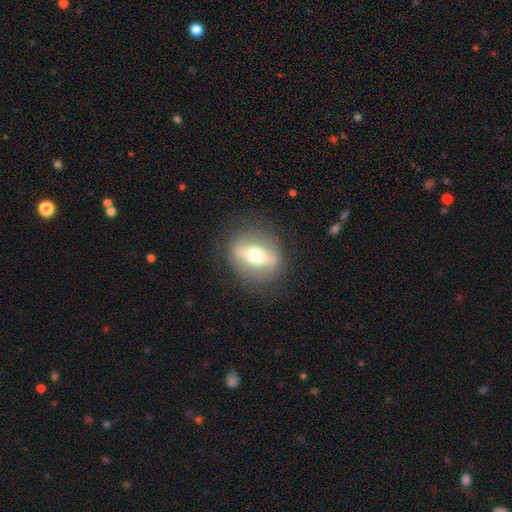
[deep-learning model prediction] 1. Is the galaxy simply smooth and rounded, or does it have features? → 58% featured or disk, 35% smooth, 7% star or artifact.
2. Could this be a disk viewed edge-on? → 60% no, 40% yes.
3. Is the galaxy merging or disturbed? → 83% none, 11% minor disturbance, 5% major disturbance, 1% merger.